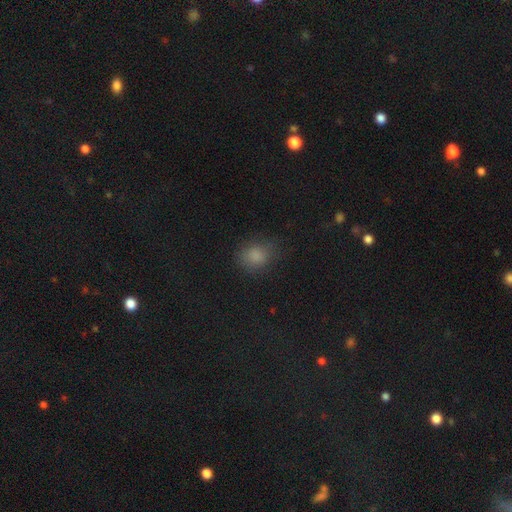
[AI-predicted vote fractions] smooth_or_featured: smooth (p=0.82) [alt: star or artifact p=0.13]
how_rounded: round (p=0.66) [alt: in between p=0.33]
merging: none (p=0.74) [alt: minor disturbance p=0.18]